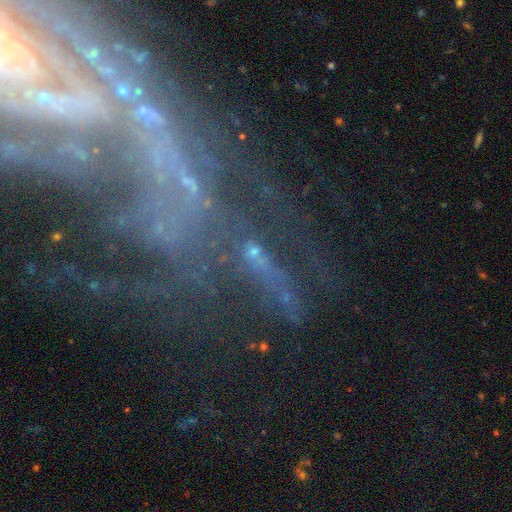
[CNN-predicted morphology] The model was most divided on "smooth or featured": star or artifact: 43%, featured or disk: 40%, smooth: 17%.